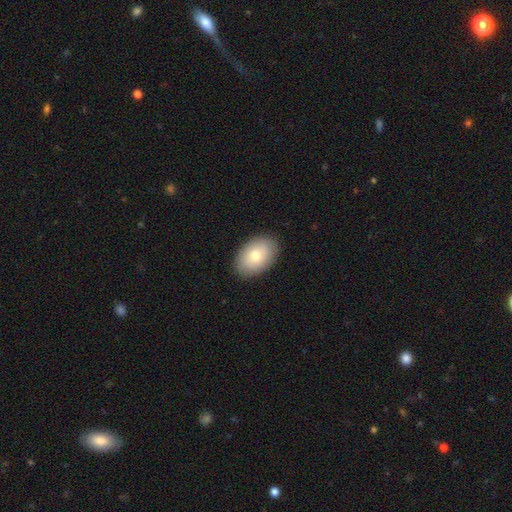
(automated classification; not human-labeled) Q: Smooth or featured?
A: smooth (77%); runner-up: featured or disk (16%)
Q: How rounded?
A: in between (88%); runner-up: round (11%)
Q: Merging?
A: none (89%); runner-up: minor disturbance (8%)